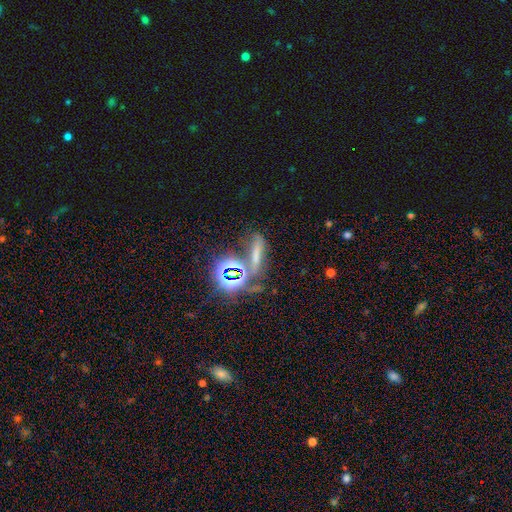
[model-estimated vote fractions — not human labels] A smooth galaxy with no disk features (42%).

Vote fractions:
- Smooth or featured? smooth: 42% / star or artifact: 40% / featured or disk: 18%
- Merging? none: 48% / merger: 22% / minor disturbance: 17% / major disturbance: 14%